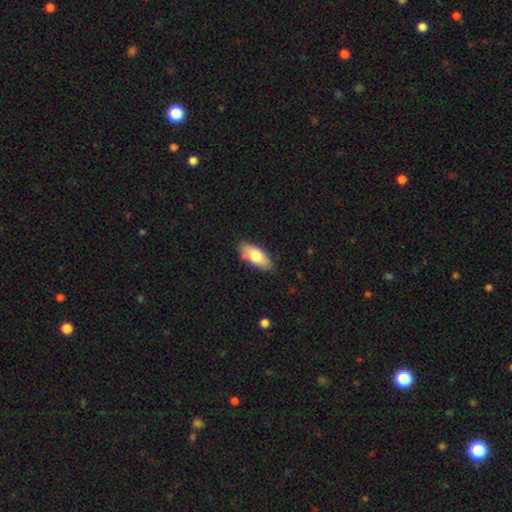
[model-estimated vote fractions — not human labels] smooth-or-featured: smooth: 73% | featured or disk: 21% | star or artifact: 6%
  how-rounded: in between: 85% | cigar-shaped: 12% | round: 3%
  merging: none: 79% | minor disturbance: 15% | major disturbance: 3% | merger: 2%